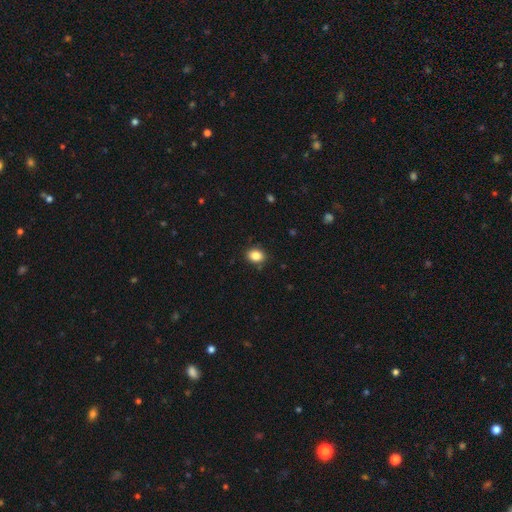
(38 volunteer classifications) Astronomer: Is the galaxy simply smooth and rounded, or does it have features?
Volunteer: smooth — 87%.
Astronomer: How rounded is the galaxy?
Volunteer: round — 61% (runner-up: in between, 39%).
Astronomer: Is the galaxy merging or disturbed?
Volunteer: none — 83%.